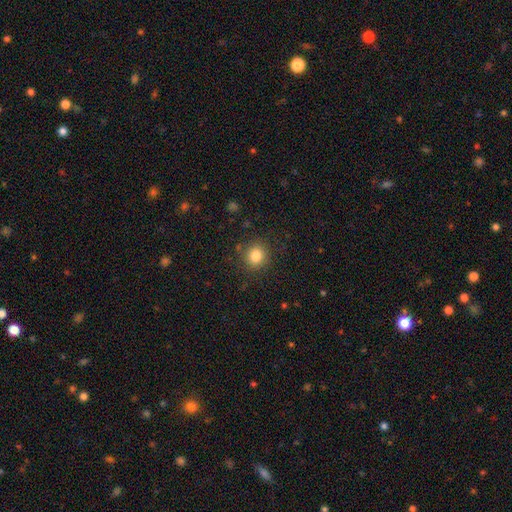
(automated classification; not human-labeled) A smooth galaxy with no disk features (83%) that is round (86%).

Vote fractions:
- Smooth or featured? smooth: 83% / star or artifact: 11% / featured or disk: 6%
- How rounded? round: 86% / in between: 13% / cigar-shaped: 1%
- Merging? none: 87% / minor disturbance: 9% / major disturbance: 3% / merger: 2%